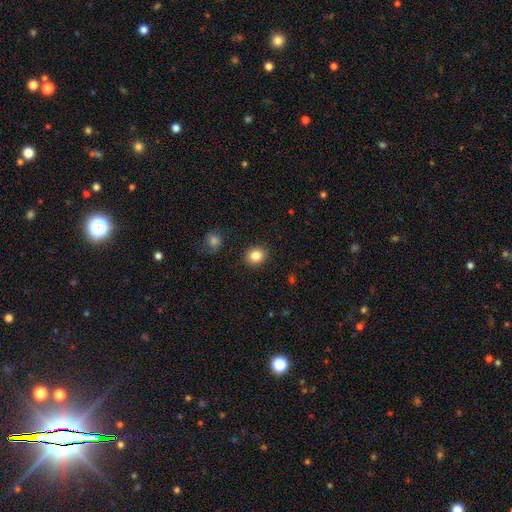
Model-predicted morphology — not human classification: smooth-or-featured: smooth: 85% | star or artifact: 10% | featured or disk: 5%
  how-rounded: round: 79% | in between: 20% | cigar-shaped: 1%
  merging: none: 90% | minor disturbance: 6% | major disturbance: 2% | merger: 2%